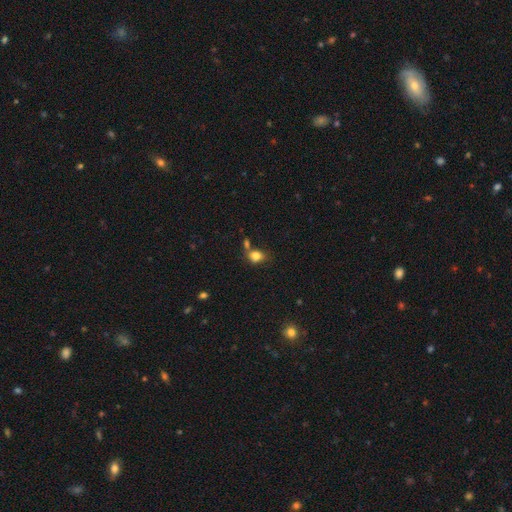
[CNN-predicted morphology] Smooth or featured?
  - smooth: 81% *
  - star or artifact: 11%
  - featured or disk: 8%
How rounded?
  - in between: 53% *
  - round: 46%
  - cigar-shaped: 1%
Merging?
  - none: 52% *
  - merger: 23%
  - minor disturbance: 18%
  - major disturbance: 7%